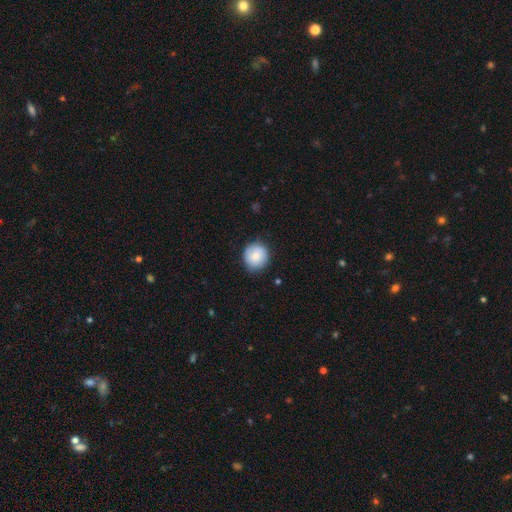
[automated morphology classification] This is likely a smooth galaxy (75%). How rounded: clearly round (93%). Merging: clearly none (82%).